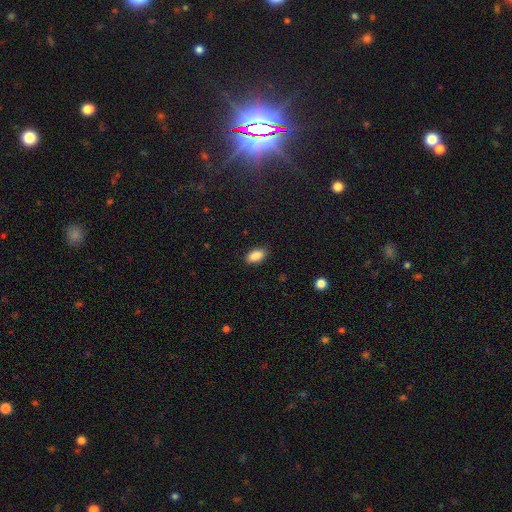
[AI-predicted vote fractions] A smooth galaxy with no disk features (89%) that is in between round and cigar-shaped (92%).

Vote fractions:
- Smooth or featured? smooth: 89% / star or artifact: 7% / featured or disk: 4%
- How rounded? in between: 92% / cigar-shaped: 4% / round: 4%
- Merging? none: 87% / minor disturbance: 9% / major disturbance: 2% / merger: 1%